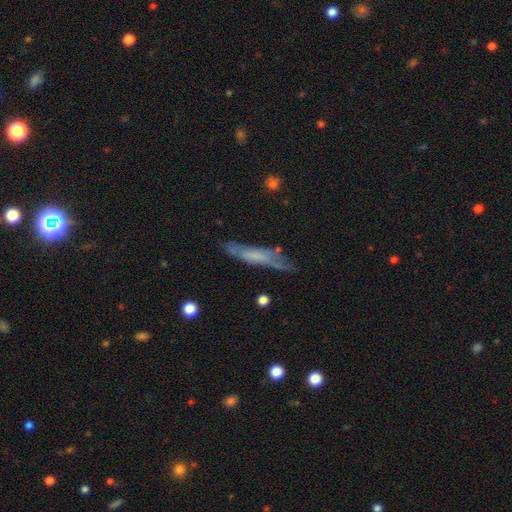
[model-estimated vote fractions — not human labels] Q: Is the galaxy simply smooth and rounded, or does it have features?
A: featured or disk — 48%.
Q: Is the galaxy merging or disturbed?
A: none — 65%.